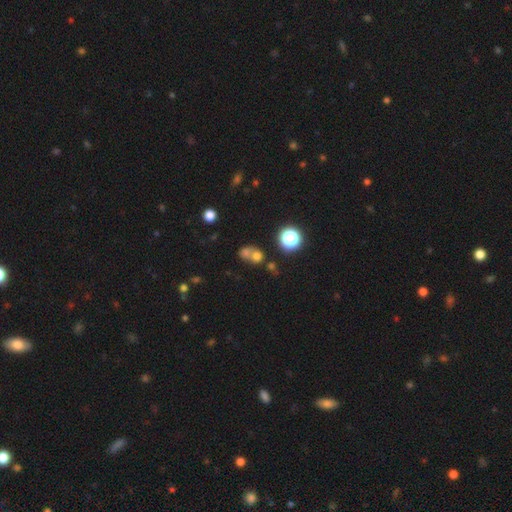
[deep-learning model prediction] Morphology: type=smooth (65%); roundness=round (73%); merging=merger (58%).